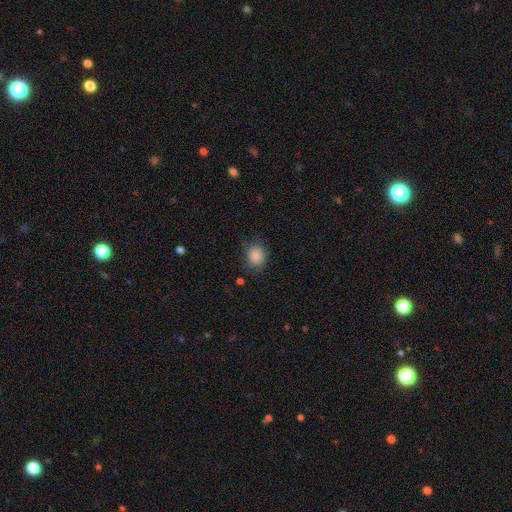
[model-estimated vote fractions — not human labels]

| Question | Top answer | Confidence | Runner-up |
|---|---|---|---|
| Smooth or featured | smooth | 87% | star or artifact (9%) |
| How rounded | round | 65% | in between (34%) |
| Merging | none | 79% | minor disturbance (15%) |